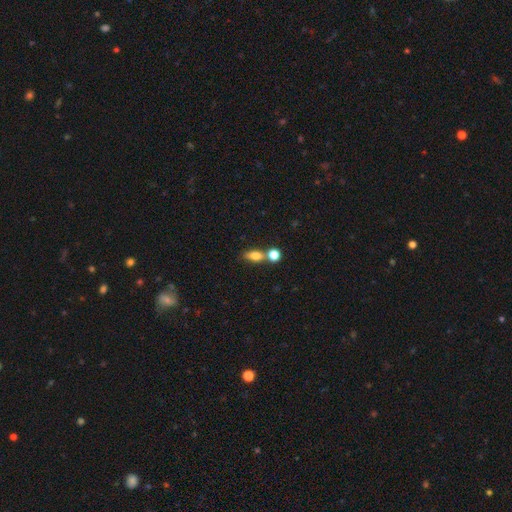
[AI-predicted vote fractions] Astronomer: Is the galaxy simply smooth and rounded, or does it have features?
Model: smooth — 77%.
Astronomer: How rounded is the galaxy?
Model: in between — 72%.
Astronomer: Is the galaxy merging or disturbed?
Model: none — 49% (runner-up: merger, 33%).